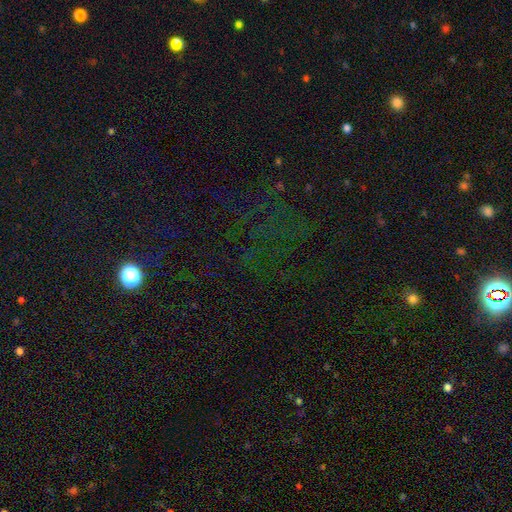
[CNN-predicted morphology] type=star or artifact (69%).